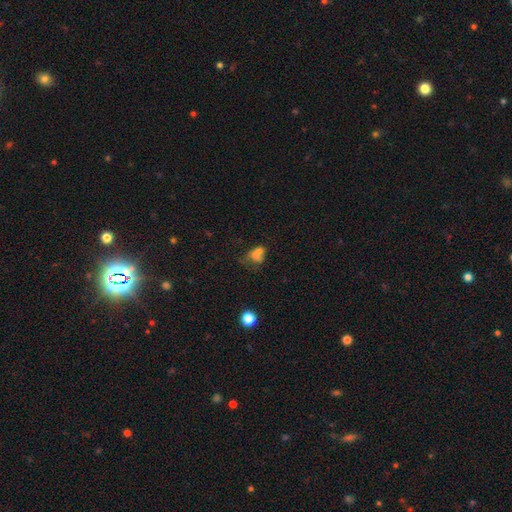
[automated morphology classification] Q: Smooth or featured?
A: smooth (61%); runner-up: featured or disk (21%)
Q: How rounded?
A: in between (60%); runner-up: round (37%)
Q: Merging?
A: merger (44%); runner-up: none (24%)